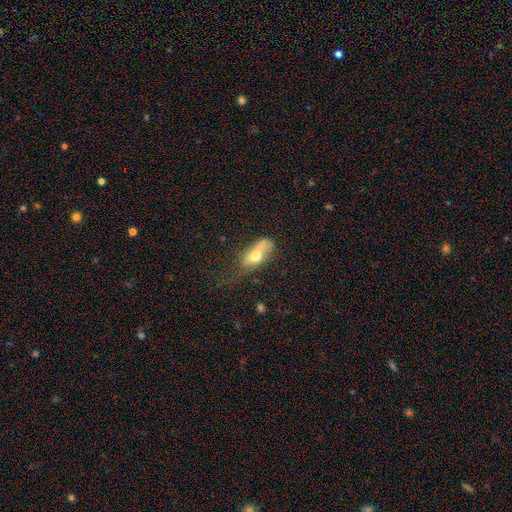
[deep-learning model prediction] Smooth or featured: smooth — 60% (featured or disk — 31%)
How rounded: in between — 77% (cigar-shaped — 17%)
Merging: none — 31% (tied with major disturbance — 31%)